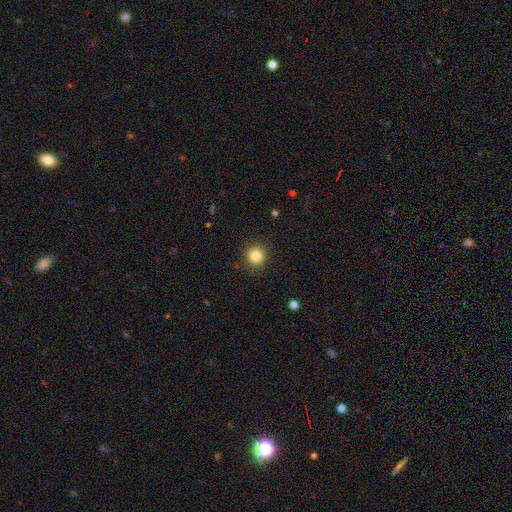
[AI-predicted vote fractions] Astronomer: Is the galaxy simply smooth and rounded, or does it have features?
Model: smooth — 83%.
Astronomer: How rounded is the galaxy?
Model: round — 93%.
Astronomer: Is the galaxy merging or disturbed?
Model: none — 90%.